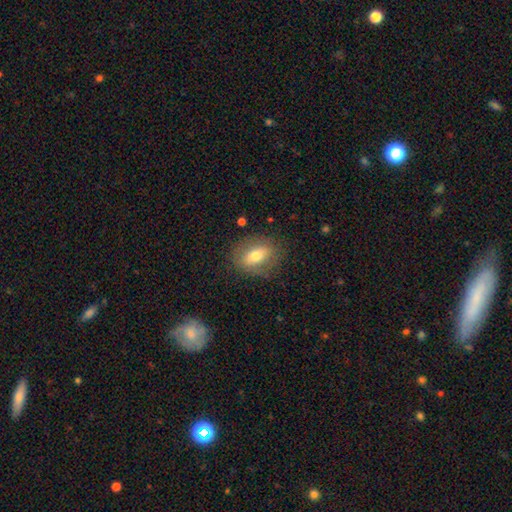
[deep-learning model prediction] Morphology: type=smooth (64%); roundness=in between (72%); merging=none (81%).